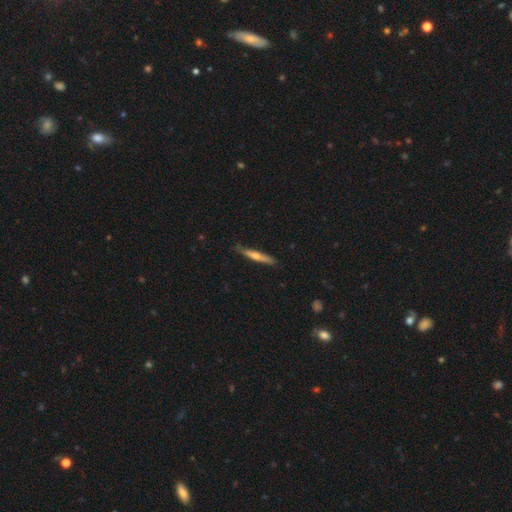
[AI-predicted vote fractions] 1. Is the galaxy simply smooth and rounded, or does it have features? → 49% featured or disk, 46% smooth, 5% star or artifact.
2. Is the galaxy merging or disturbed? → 85% none, 12% minor disturbance, 2% major disturbance, 1% merger.